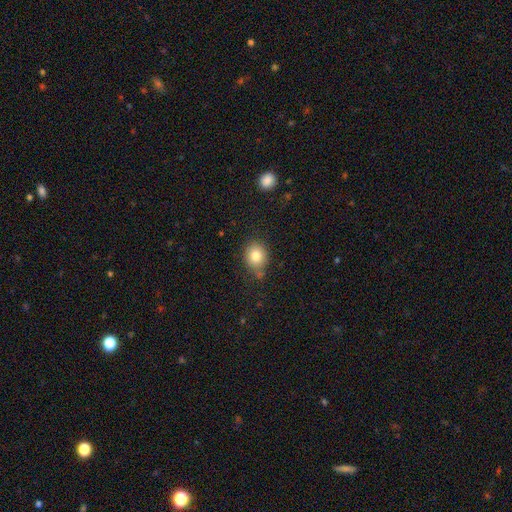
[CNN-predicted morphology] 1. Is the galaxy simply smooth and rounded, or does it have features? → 82% smooth, 10% star or artifact, 8% featured or disk.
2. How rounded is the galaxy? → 67% round, 32% in between, 1% cigar-shaped.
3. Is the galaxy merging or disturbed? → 75% none, 16% minor disturbance, 6% merger, 4% major disturbance.